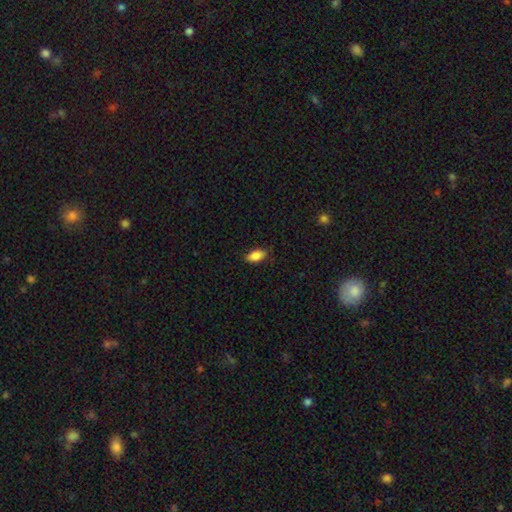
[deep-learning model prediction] smooth-or-featured: smooth: 86% | star or artifact: 7% | featured or disk: 7%
  how-rounded: in between: 90% | cigar-shaped: 6% | round: 4%
  merging: none: 82% | minor disturbance: 15% | major disturbance: 3% | merger: 1%